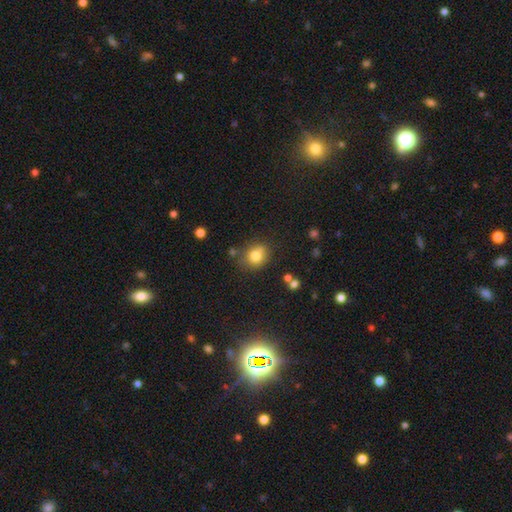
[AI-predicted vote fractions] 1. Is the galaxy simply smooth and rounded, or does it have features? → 78% smooth, 12% star or artifact, 10% featured or disk.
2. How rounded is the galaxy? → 72% round, 27% in between, 1% cigar-shaped.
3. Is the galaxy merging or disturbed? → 68% none, 17% minor disturbance, 10% merger, 5% major disturbance.